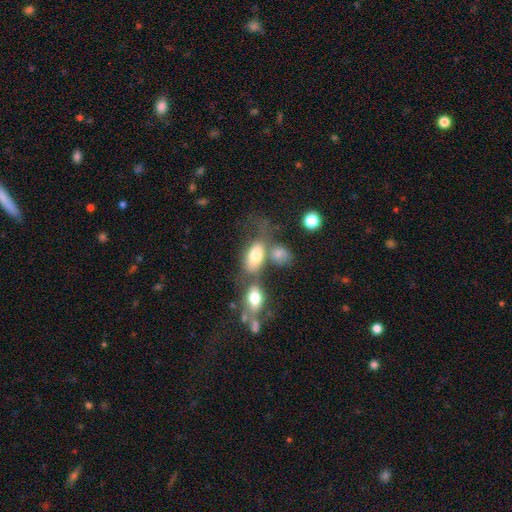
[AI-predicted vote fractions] Smooth or featured? smooth (73%)
How rounded? in between (88%)
Merging? merger (43%)